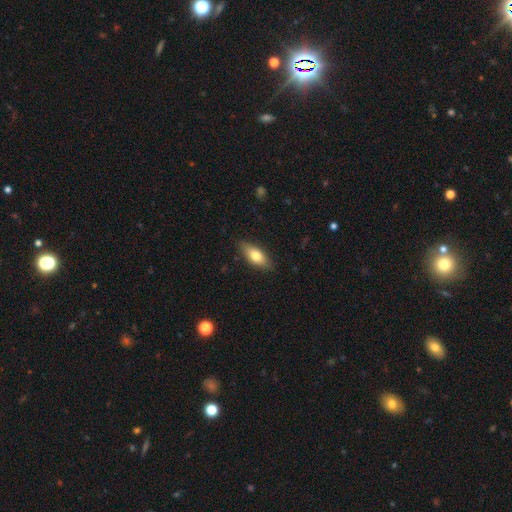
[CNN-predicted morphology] type=smooth (73%); roundness=in between (75%); merging=none (83%).